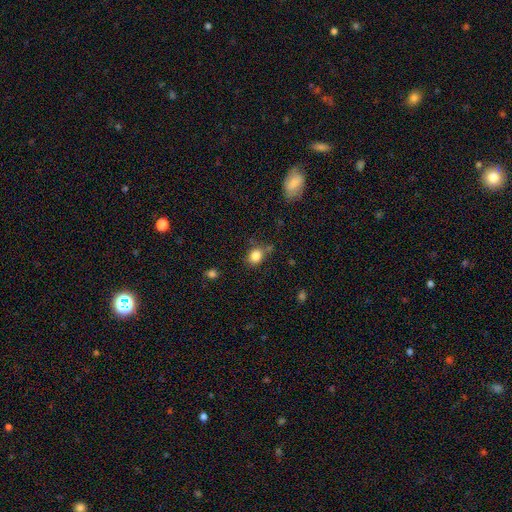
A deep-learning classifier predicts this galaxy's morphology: smooth-or-featured: smooth: 84% | star or artifact: 10% | featured or disk: 6%
  how-rounded: round: 51% | in between: 48% | cigar-shaped: 1%
  merging: none: 70% | minor disturbance: 18% | merger: 7% | major disturbance: 5%